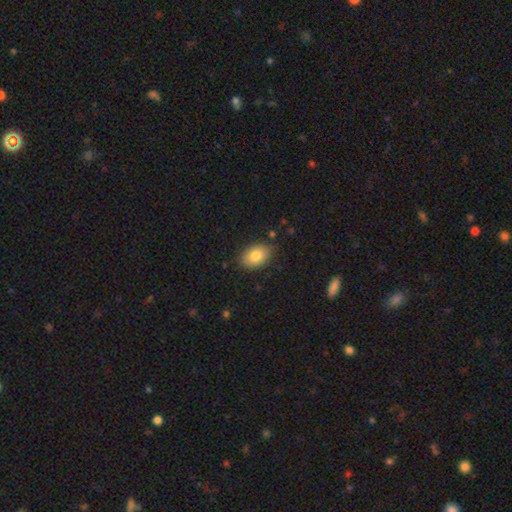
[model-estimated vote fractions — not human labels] Smooth or featured? smooth (81%)
How rounded? in between (84%)
Merging? none (83%)